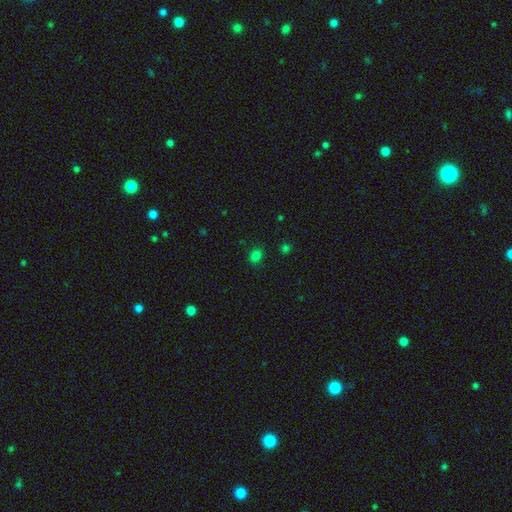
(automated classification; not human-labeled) smooth-or-featured: smooth: 78% | star or artifact: 19% | featured or disk: 4%
  how-rounded: round: 52% | in between: 47% | cigar-shaped: 1%
  merging: none: 85% | minor disturbance: 11% | major disturbance: 3% | merger: 2%